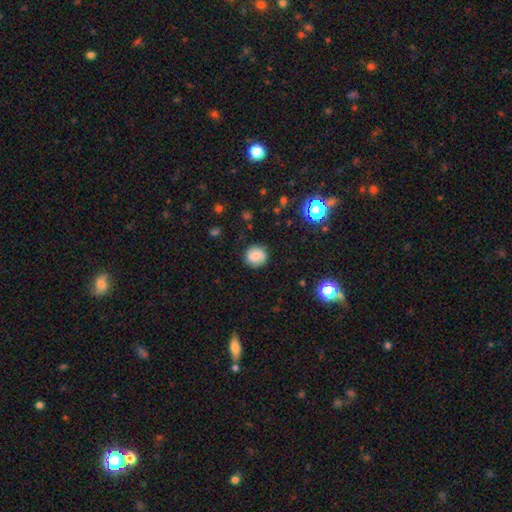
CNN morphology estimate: Smooth or featured?
  - smooth: 70% *
  - featured or disk: 20%
  - star or artifact: 10%
How rounded?
  - round: 91% *
  - in between: 8%
  - cigar-shaped: 1%
Merging?
  - none: 84% *
  - minor disturbance: 11%
  - major disturbance: 3%
  - merger: 1%